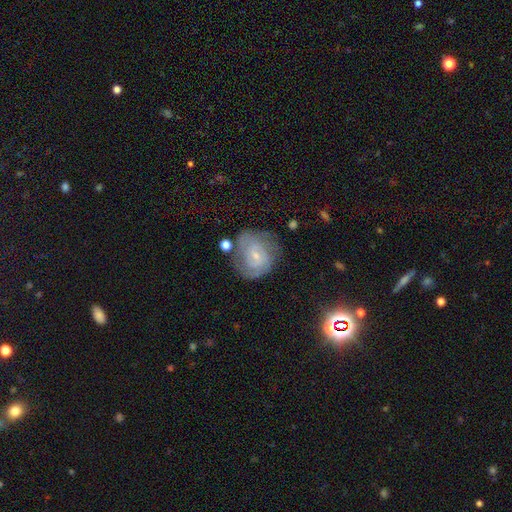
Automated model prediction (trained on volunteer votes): This appears to be a featured or disk galaxy (73%) with no bar (51%), 2 (39%) tight (55%) spiral arms (89%) and a small central bulge (72%). Merging: none (62%).